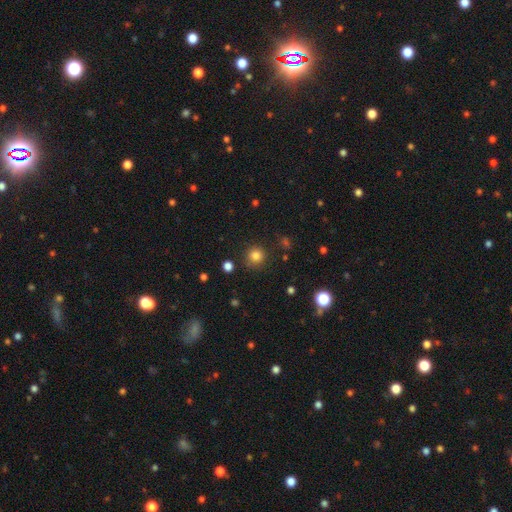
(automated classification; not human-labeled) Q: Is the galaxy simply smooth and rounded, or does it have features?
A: smooth — 82%.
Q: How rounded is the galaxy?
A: round — 93%.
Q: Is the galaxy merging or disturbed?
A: none — 85%.